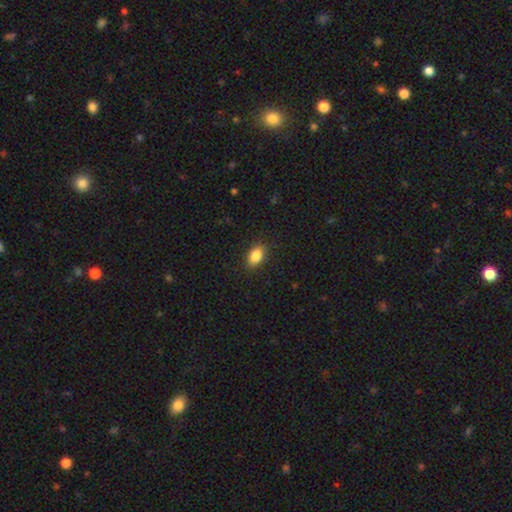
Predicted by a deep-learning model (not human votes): Smooth or featured? Predicted: smooth (p=0.86). How rounded? Predicted: in between (p=0.87). Merging? Predicted: none (p=0.88).